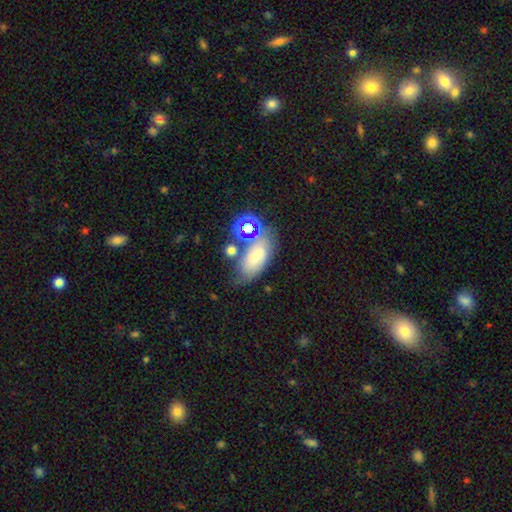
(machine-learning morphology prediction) The model was most divided on "merging": none: 51%, minor disturbance: 21%, merger: 18%, major disturbance: 10%. More confident: how rounded — in between (87%); smooth or featured — smooth (63%).